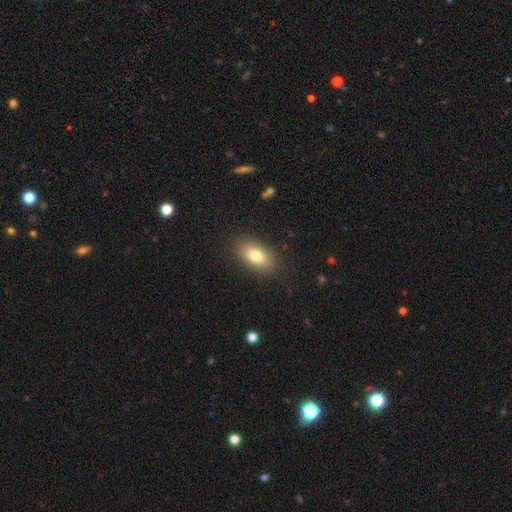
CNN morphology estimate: The model was most divided on "smooth or featured": smooth: 79%, featured or disk: 13%, star or artifact: 8%. More confident: how rounded — in between (89%); merging — none (86%).